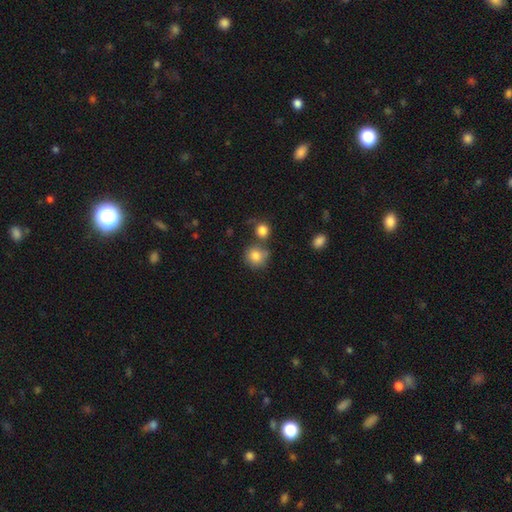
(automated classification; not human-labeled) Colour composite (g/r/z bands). It shows a smooth galaxy with no disk features (81%) that is round (87%). Merging: none (65%).